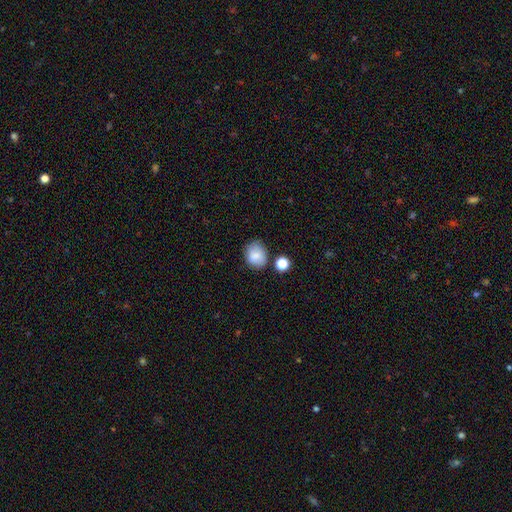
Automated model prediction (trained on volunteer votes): smooth_or_featured: smooth (p=0.81) [alt: star or artifact p=0.10]
how_rounded: round (p=0.53) [alt: in between p=0.46]
merging: none (p=0.71) [alt: minor disturbance p=0.17]